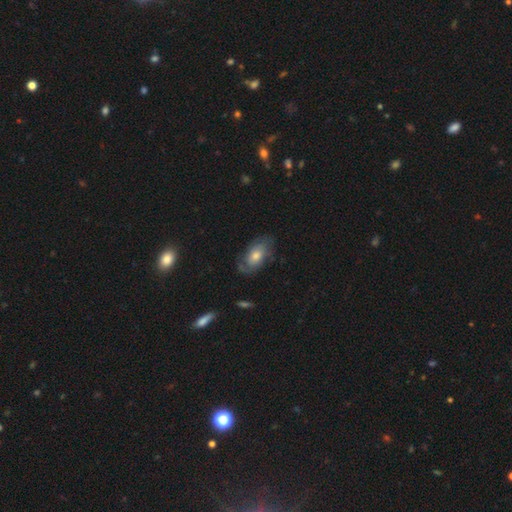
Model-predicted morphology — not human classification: Overall: featured or disk (55%; smooth 35%). Edge-on disk: no (92%). Bar: no (78%). Spiral arms: yes (79%). Bulge size: moderate (59%; small 24%). Merging: none (70%).